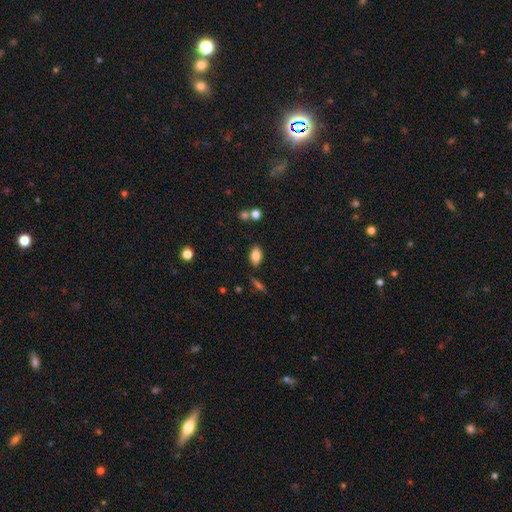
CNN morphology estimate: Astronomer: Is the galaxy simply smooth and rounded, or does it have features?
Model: smooth — 80%.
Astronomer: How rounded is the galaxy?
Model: in between — 88%.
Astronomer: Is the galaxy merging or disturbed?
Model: none — 83%.